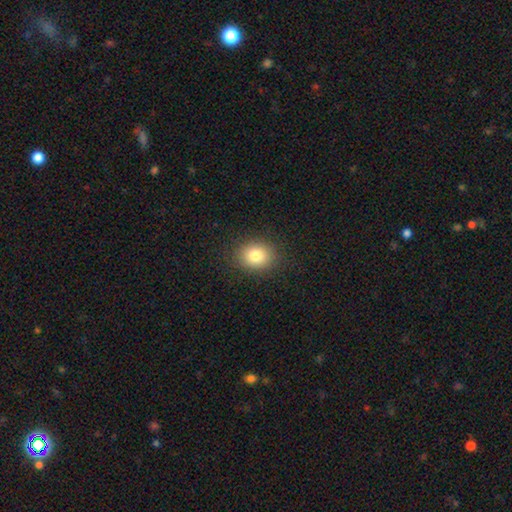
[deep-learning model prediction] smooth 81%, star or artifact 11%, featured or disk 8%. Down the decision tree: how rounded — round (60%); merging — none (88%).